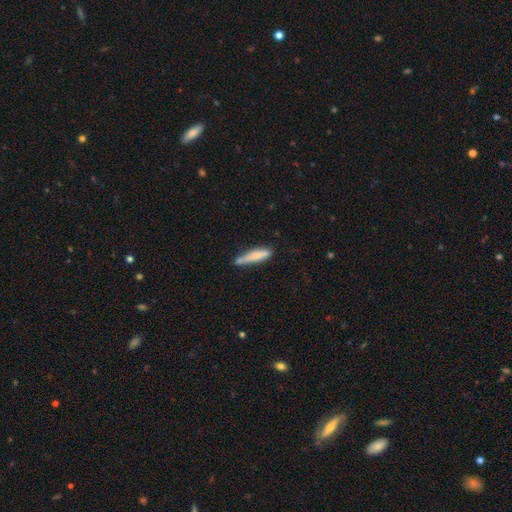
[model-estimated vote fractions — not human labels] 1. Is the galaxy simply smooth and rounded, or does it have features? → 76% smooth, 17% featured or disk, 6% star or artifact.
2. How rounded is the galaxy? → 85% cigar-shaped, 13% in between, 1% round.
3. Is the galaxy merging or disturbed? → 59% none, 26% minor disturbance, 9% merger, 6% major disturbance.